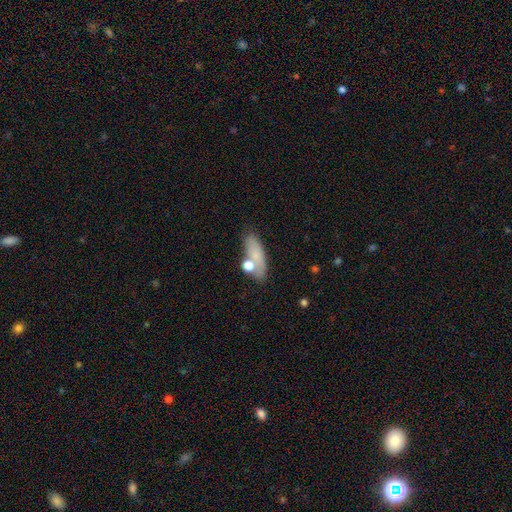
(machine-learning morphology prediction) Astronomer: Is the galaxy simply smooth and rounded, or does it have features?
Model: smooth — 70%.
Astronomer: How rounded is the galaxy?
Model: in between — 67%.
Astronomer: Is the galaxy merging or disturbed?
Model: none — 62%.